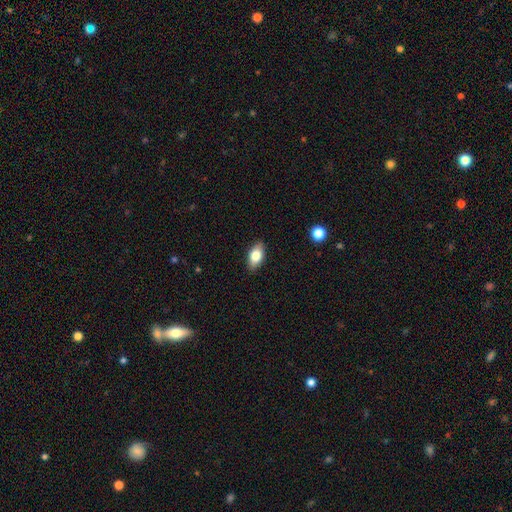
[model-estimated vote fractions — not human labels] Smooth or featured?
  - smooth: 76% *
  - featured or disk: 17%
  - star or artifact: 7%
How rounded?
  - in between: 89% *
  - round: 6%
  - cigar-shaped: 5%
Merging?
  - none: 88% *
  - minor disturbance: 9%
  - major disturbance: 2%
  - merger: 1%